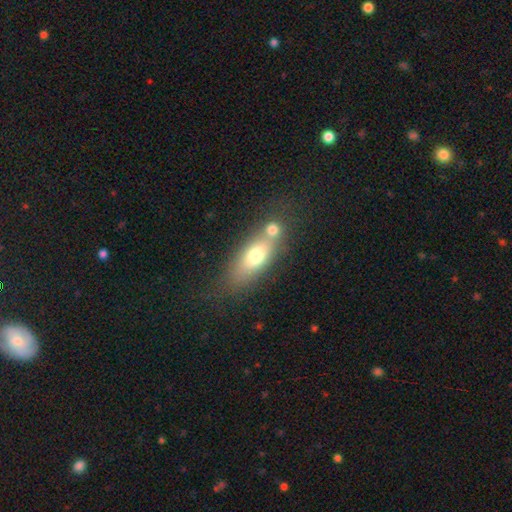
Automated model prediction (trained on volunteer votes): Smooth or featured? Predicted: smooth (p=0.67). How rounded? Predicted: in between (p=0.68). Merging? Predicted: none (p=0.43).